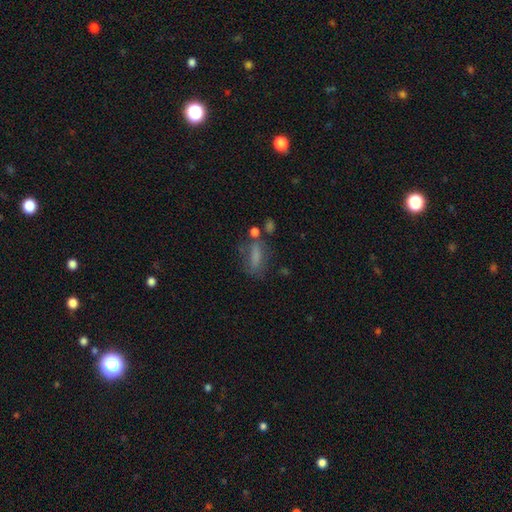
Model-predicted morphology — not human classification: This appears to be a smooth galaxy with no disk features (66%) that is in between round and cigar-shaped (53%). Merging: none (50%).